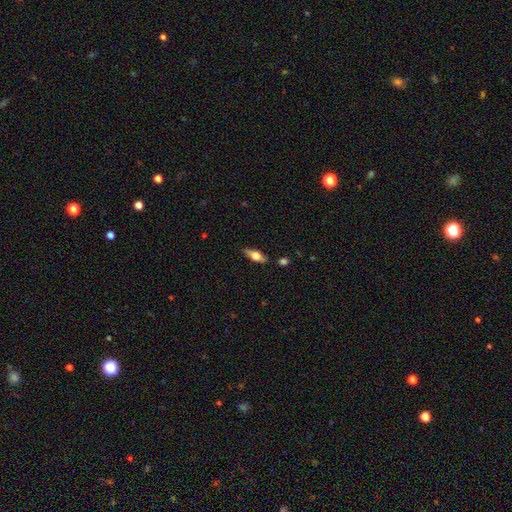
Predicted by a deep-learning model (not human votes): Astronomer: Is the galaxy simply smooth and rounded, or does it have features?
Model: smooth — 47% (runner-up: featured or disk, 46%).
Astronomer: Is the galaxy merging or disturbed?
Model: none — 85%.